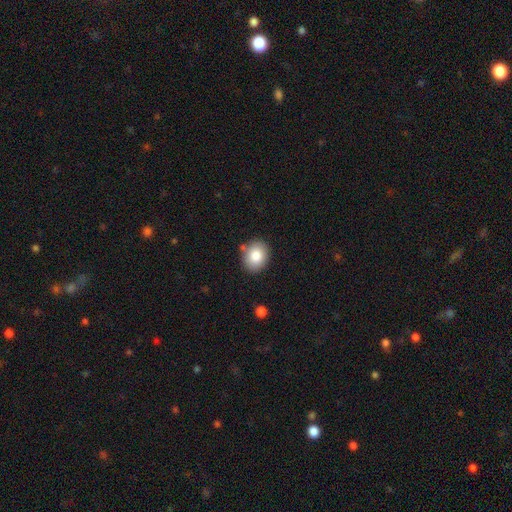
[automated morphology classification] This is clearly a smooth galaxy (84%). How rounded: possibly round (53%). Merging: clearly none (81%).